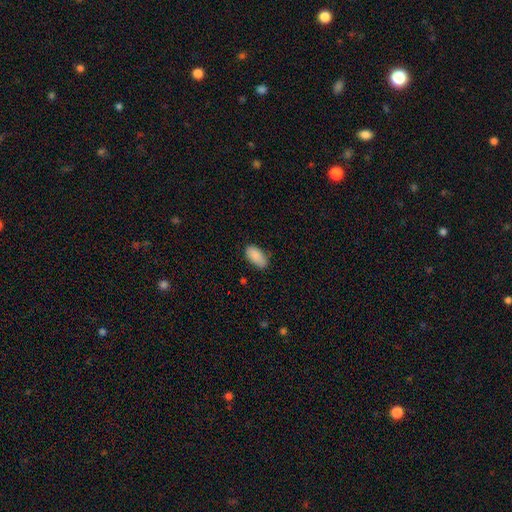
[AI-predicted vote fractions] Smooth or featured: smooth — 89% (star or artifact — 7%)
How rounded: in between — 94% (cigar-shaped — 4%)
Merging: none — 77% (minor disturbance — 18%)